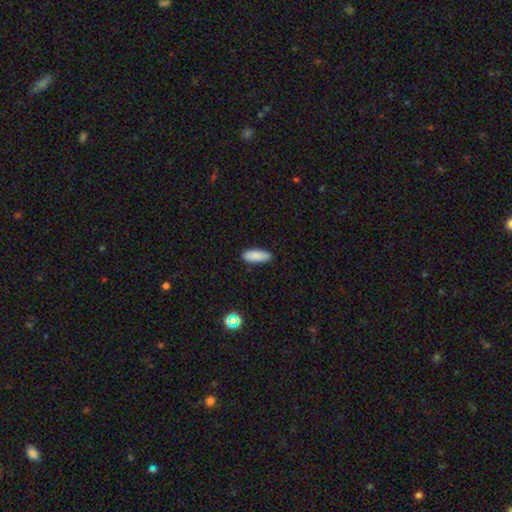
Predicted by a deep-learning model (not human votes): Smooth or featured: smooth — 88% (star or artifact — 7%)
How rounded: in between — 68% (cigar-shaped — 30%)
Merging: none — 87% (minor disturbance — 10%)